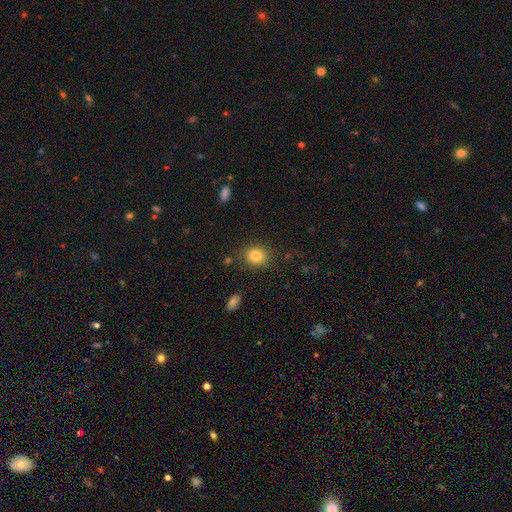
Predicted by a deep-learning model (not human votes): A smooth galaxy with no disk features (83%) that is round (73%). Merging: none (86%).